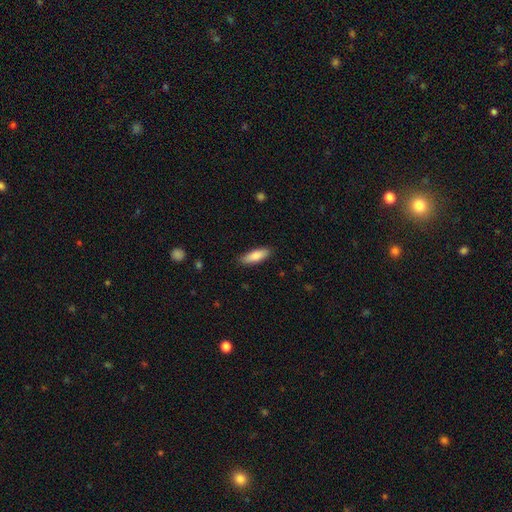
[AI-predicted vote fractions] smooth 82%, featured or disk 13%, star or artifact 6%. Down the decision tree: how rounded — in between (55%); merging — none (87%).